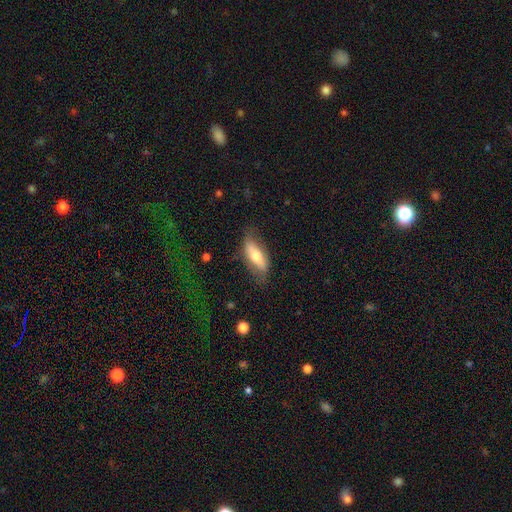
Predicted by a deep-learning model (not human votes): smooth_or_featured: smooth (p=0.57) [alt: featured or disk p=0.37]
how_rounded: in between (p=0.67) [alt: cigar-shaped p=0.30]
merging: none (p=0.70) [alt: minor disturbance p=0.22]